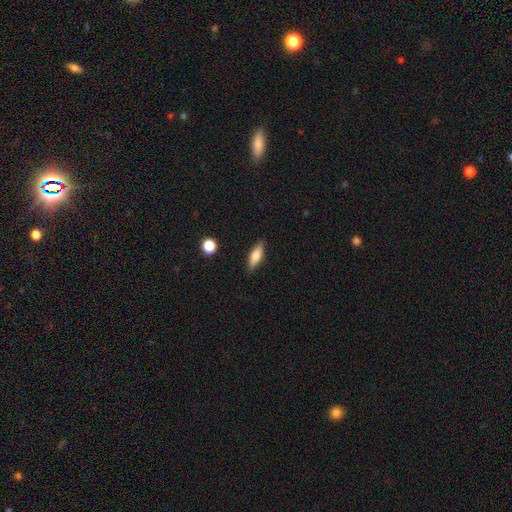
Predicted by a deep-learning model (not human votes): Smooth or featured? smooth (74%)
How rounded? in between (58%)
Merging? none (86%)